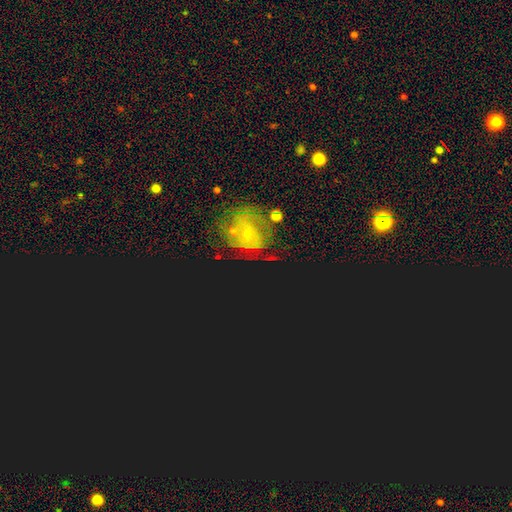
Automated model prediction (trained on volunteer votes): smooth-or-featured: star or artifact: 54% | featured or disk: 27% | smooth: 19%